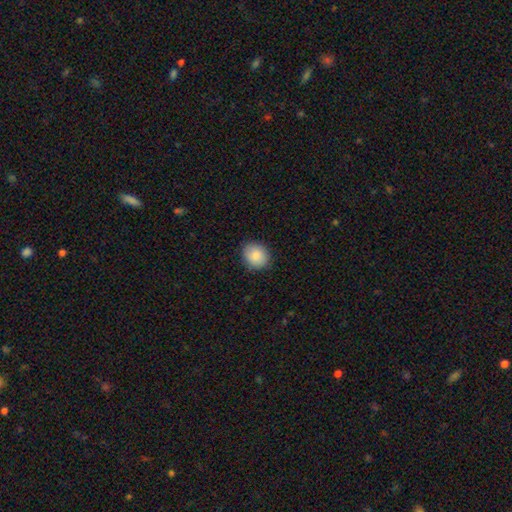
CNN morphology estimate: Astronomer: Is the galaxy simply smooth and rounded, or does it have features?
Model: smooth — 86%.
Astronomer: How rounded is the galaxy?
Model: round — 71%.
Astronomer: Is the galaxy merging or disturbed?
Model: none — 88%.